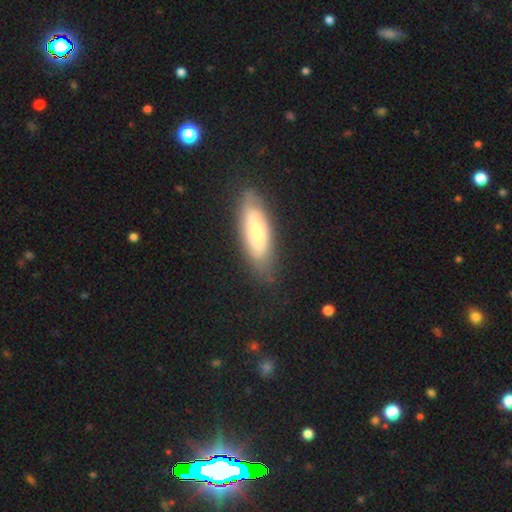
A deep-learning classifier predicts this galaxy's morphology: A smooth galaxy with no disk features (47%). Merging: none (81%).